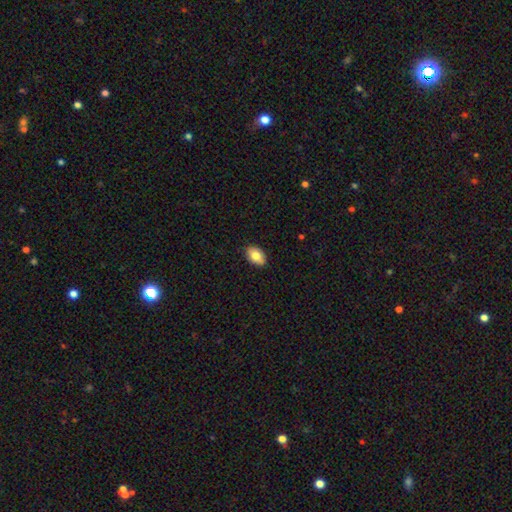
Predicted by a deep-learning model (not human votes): The model was most divided on "smooth or featured": smooth: 80%, featured or disk: 13%, star or artifact: 7%. More confident: how rounded — in between (90%); merging — none (88%).